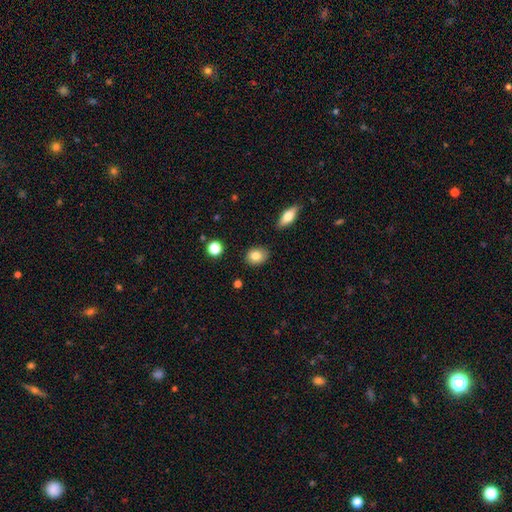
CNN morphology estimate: Overall: smooth (82%). How rounded: in between (51%; round 47%). Merging: none (86%).